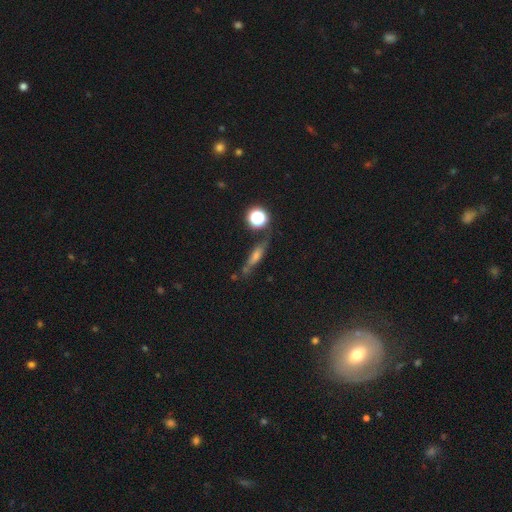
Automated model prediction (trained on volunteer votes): This appears to be a featured or disk galaxy (40%). Merging: none (72%).